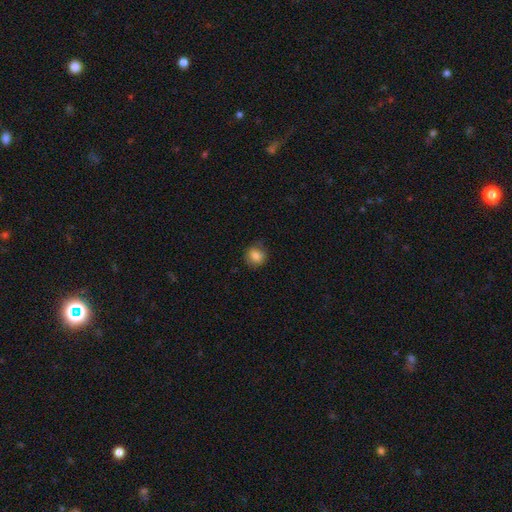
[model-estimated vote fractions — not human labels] This appears to be a smooth galaxy with no disk features (83%) that is round (84%). Merging: none (80%).